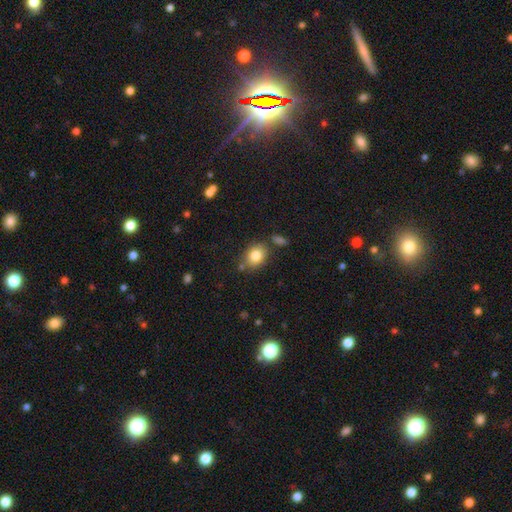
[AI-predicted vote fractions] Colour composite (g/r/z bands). It shows a smooth galaxy with no disk features (82%) that is in between round and cigar-shaped (54%). Merging: none (74%).